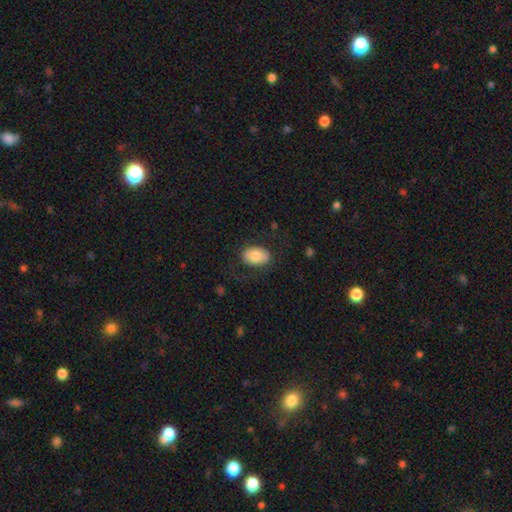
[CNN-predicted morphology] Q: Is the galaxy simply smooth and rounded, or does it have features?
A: smooth — 76%.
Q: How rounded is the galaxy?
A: in between — 84%.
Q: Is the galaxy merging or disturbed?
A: none — 78%.